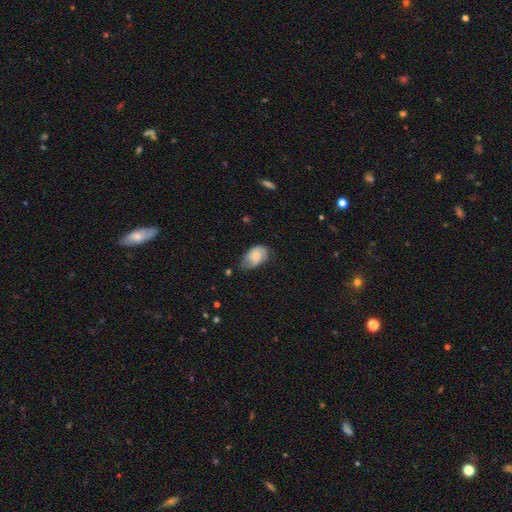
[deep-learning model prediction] smooth_or_featured: smooth (p=0.68) [alt: featured or disk p=0.25]
how_rounded: in between (p=0.90) [alt: round p=0.08]
merging: none (p=0.45) [alt: minor disturbance p=0.39]